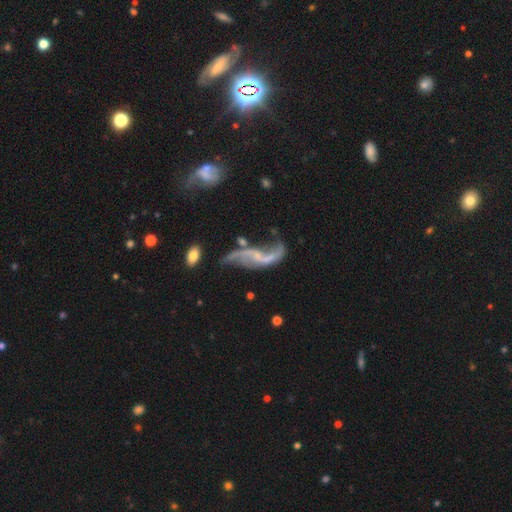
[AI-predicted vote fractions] This appears to be a featured or disk galaxy (80%) with no bar (51%), 2 (84%) loose (90%) spiral arms (84%) and a small central bulge (44%). Merging: none (38%).